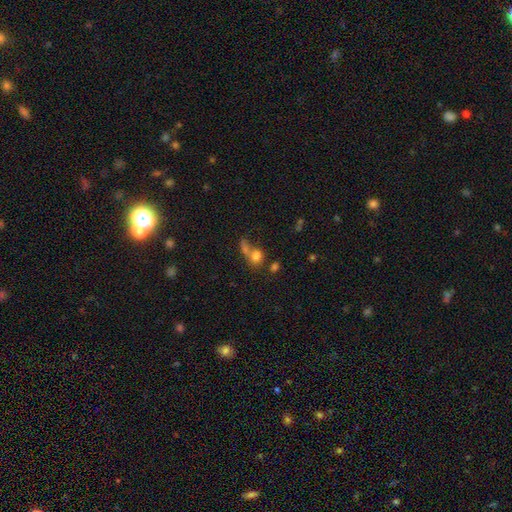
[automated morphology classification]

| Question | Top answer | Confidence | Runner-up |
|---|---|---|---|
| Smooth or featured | smooth | 74% | star or artifact (13%) |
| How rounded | round | 59% | in between (38%) |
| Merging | merger | 48% | none (32%) |